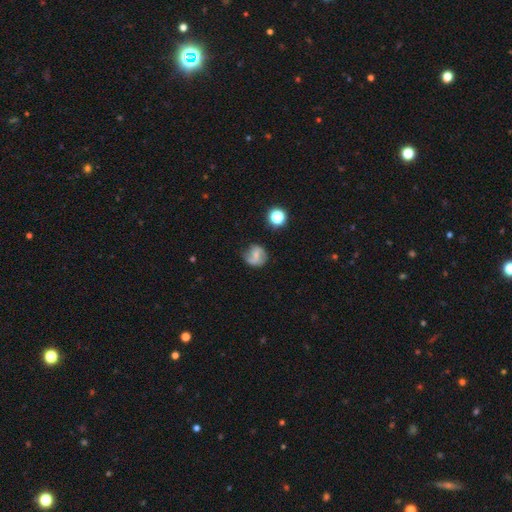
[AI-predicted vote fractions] featured or disk 45%, smooth 43%, star or artifact 12%. Down the decision tree: merging — none (58%).